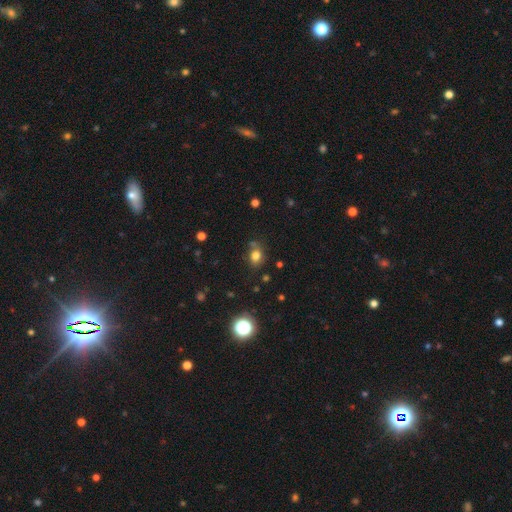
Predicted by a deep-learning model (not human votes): smooth-or-featured: smooth: 76% | star or artifact: 16% | featured or disk: 8%
  how-rounded: in between: 52% | round: 46% | cigar-shaped: 1%
  merging: none: 64% | minor disturbance: 20% | merger: 9% | major disturbance: 6%